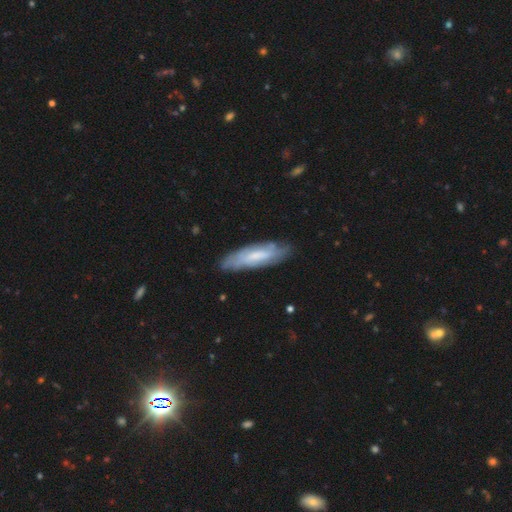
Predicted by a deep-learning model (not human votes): Smooth or featured? featured or disk (54%)
Edge-on disk? no (64%)
Merging? none (79%)